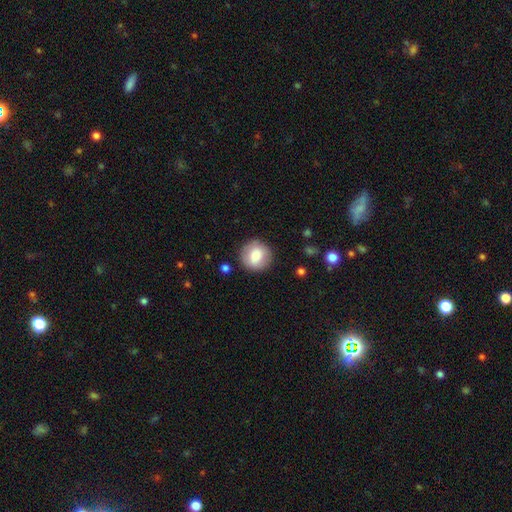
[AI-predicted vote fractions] Smooth or featured: smooth — 77% (featured or disk — 16%)
How rounded: round — 93% (in between — 6%)
Merging: none — 87% (minor disturbance — 9%)